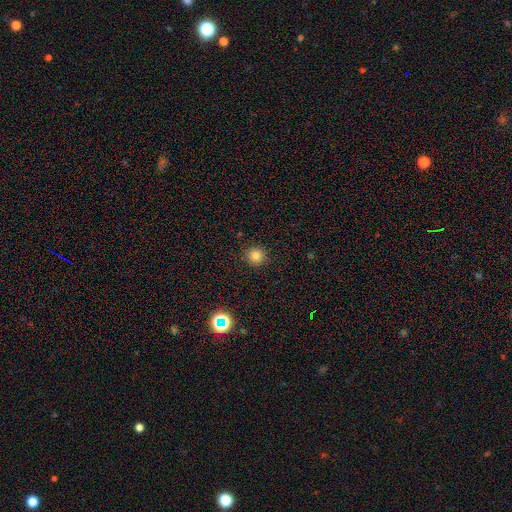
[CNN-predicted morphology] Overall: smooth (82%). How rounded: round (93%). Merging: none (91%).